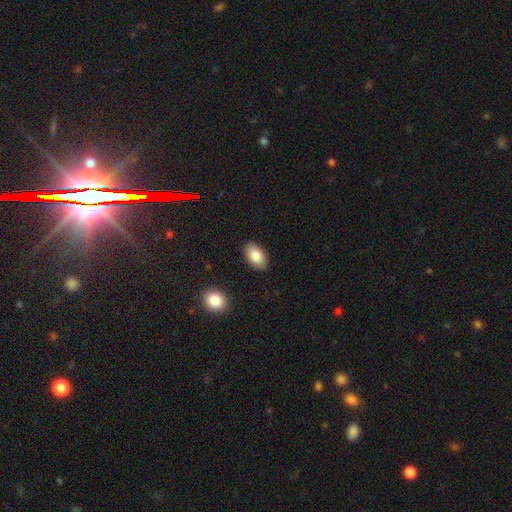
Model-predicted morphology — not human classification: The model was most divided on "smooth or featured": smooth: 84%, featured or disk: 9%, star or artifact: 7%. More confident: how rounded — in between (94%); merging — none (88%).